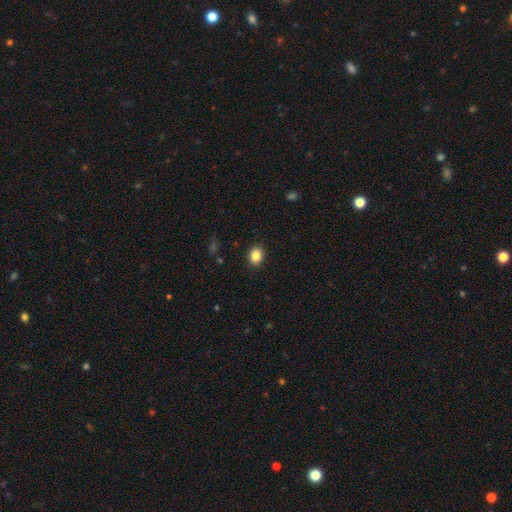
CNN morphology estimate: smooth 86%, star or artifact 9%, featured or disk 5%. Down the decision tree: how rounded — in between (61%); merging — none (88%).